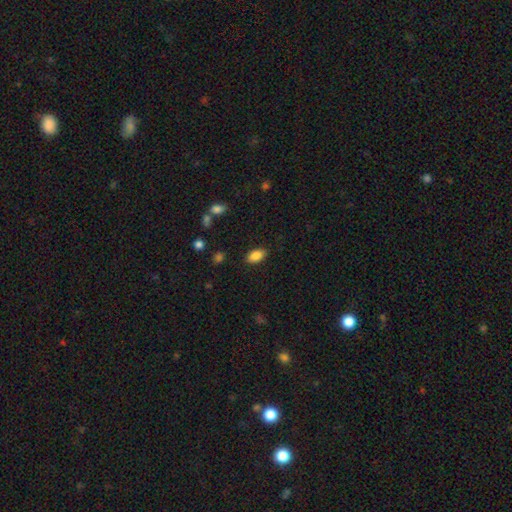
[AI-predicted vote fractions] This is clearly a smooth galaxy (87%). How rounded: clearly in between (92%). Merging: clearly none (86%).